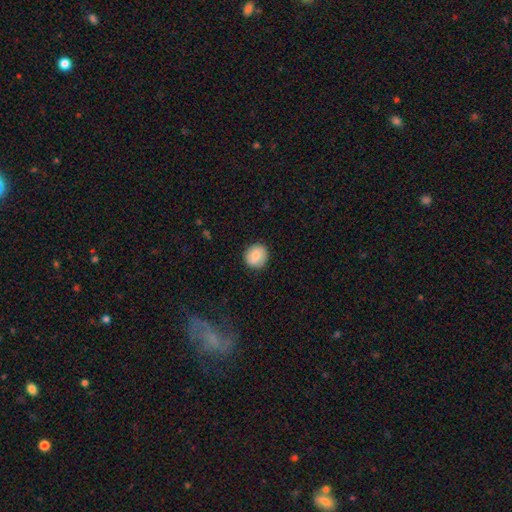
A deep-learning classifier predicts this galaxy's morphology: Smooth or featured? smooth (82%)
How rounded? round (87%)
Merging? none (87%)